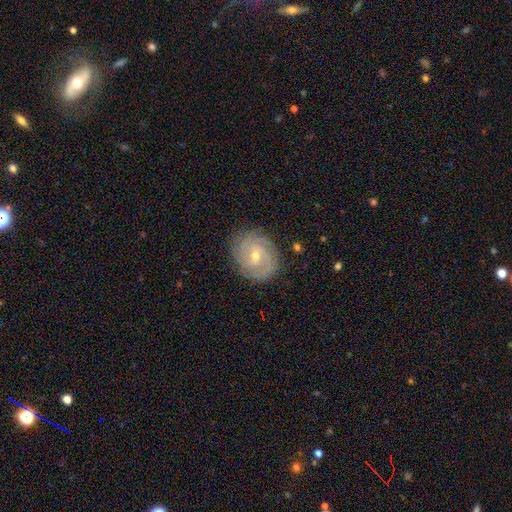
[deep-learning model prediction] Q: Smooth or featured?
A: featured or disk (83%); runner-up: smooth (10%)
Q: Edge-on disk?
A: no (97%); runner-up: yes (3%)
Q: Bar?
A: weak (45%); runner-up: no (43%)
Q: Spiral arms?
A: yes (96%); runner-up: no (4%)
Q: Spiral winding?
A: tight (73%); runner-up: medium (23%)
Q: Spiral arm count?
A: 2 (30%); runner-up: 3 (28%)
Q: Bulge size?
A: small (58%); runner-up: moderate (40%)
Q: Merging?
A: none (84%); runner-up: minor disturbance (12%)